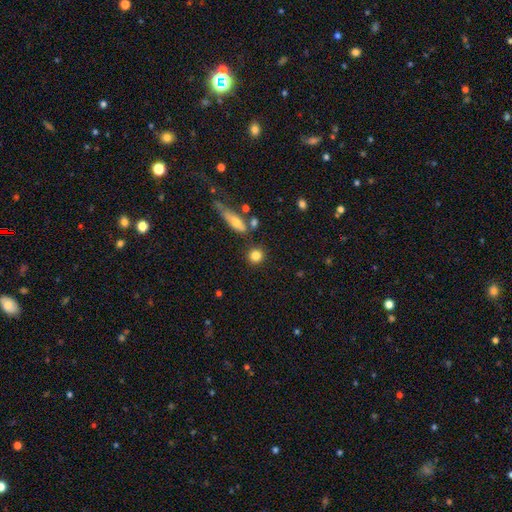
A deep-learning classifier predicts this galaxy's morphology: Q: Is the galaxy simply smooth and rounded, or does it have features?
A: smooth — 82%.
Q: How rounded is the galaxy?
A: round — 87%.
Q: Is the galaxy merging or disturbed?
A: none — 81%.